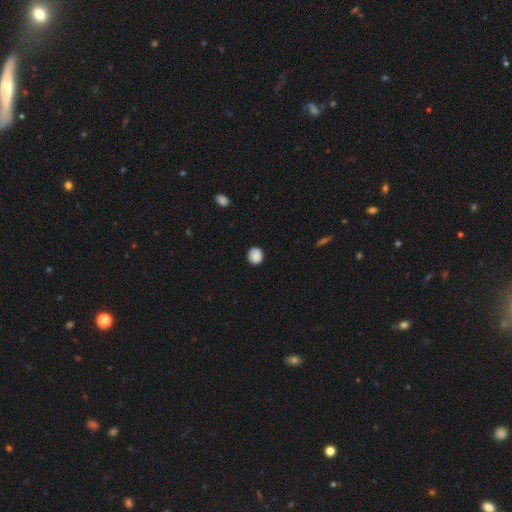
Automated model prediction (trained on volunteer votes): Smooth or featured: smooth — 88% (star or artifact — 8%)
How rounded: round — 78% (in between — 21%)
Merging: none — 87% (minor disturbance — 10%)